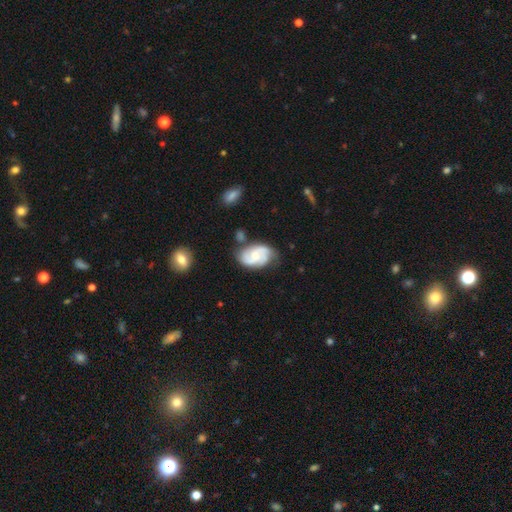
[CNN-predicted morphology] Overall: featured or disk (76%). Edge-on disk: no (97%). Bar: no (60%; weak 34%). Spiral arms: yes (95%). Spiral arm count: 2 (48%; 3 32%). Spiral winding: medium (47%; tight 37%). Bulge size: moderate (45%, tied with small). Merging: none (64%).